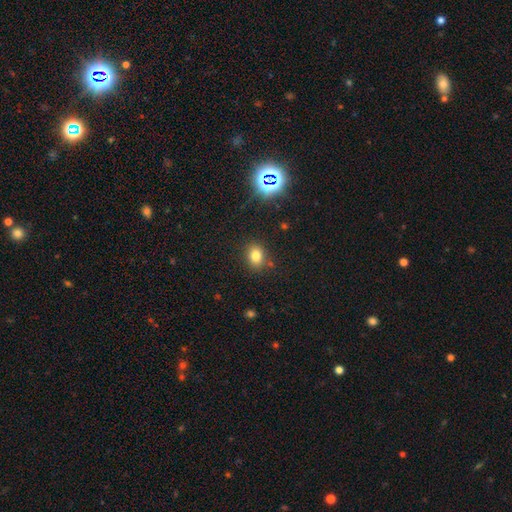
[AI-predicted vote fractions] Smooth or featured?
  - smooth: 76% *
  - star or artifact: 16%
  - featured or disk: 8%
How rounded?
  - in between: 51% *
  - round: 48%
  - cigar-shaped: 1%
Merging?
  - none: 83% *
  - minor disturbance: 10%
  - merger: 4%
  - major disturbance: 3%